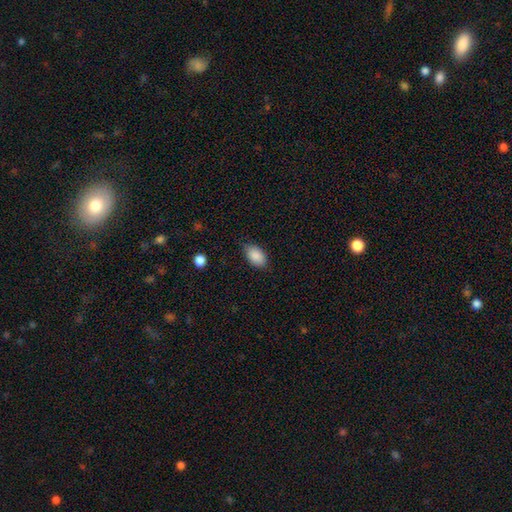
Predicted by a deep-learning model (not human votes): Smooth or featured? smooth (89%)
How rounded? in between (92%)
Merging? none (80%)